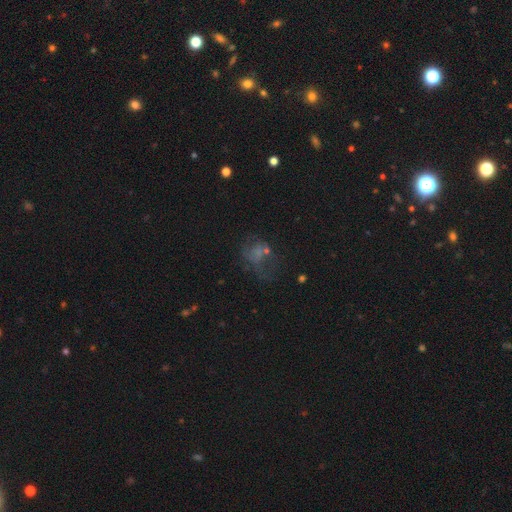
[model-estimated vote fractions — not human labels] Smooth or featured? Predicted: smooth (p=0.36). Merging? Predicted: none (p=0.41).